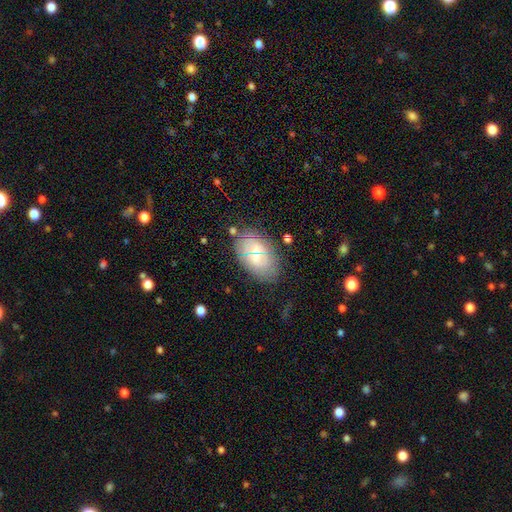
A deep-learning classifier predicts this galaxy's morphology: Smooth or featured?
  - smooth: 53% *
  - featured or disk: 38%
  - star or artifact: 9%
How rounded?
  - in between: 91% *
  - round: 7%
  - cigar-shaped: 2%
Merging?
  - none: 69% *
  - minor disturbance: 19%
  - major disturbance: 7%
  - merger: 5%